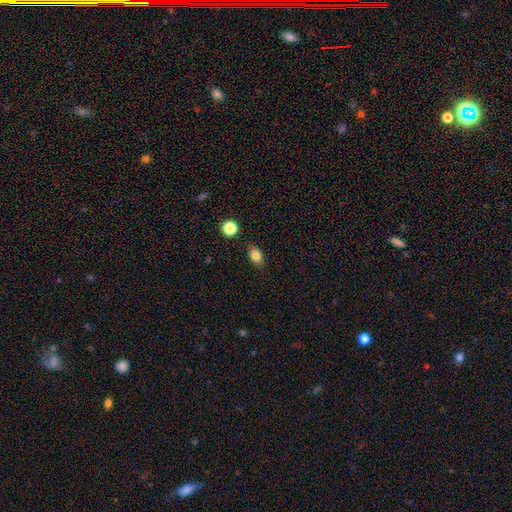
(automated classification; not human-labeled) A smooth galaxy with no disk features (83%) that is in between round and cigar-shaped (76%). Merging: none (86%).